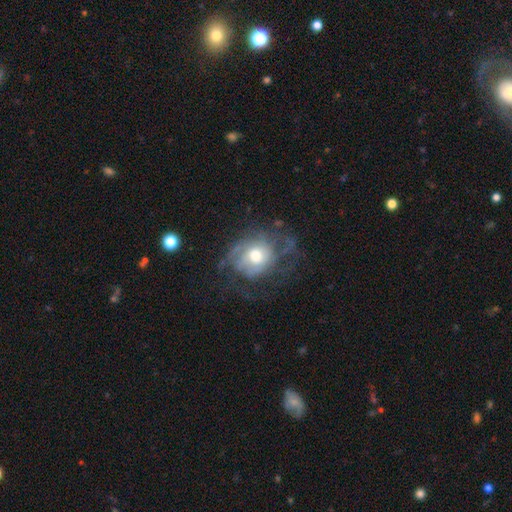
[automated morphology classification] A featured or disk galaxy (69%) with no bar (77%), tight (41%) spiral arms (79%) and a moderate central bulge (61%).

Vote fractions:
- Smooth or featured? featured or disk: 69% / smooth: 22% / star or artifact: 8%
- Edge-on disk? no: 96% / yes: 4%
- Bar? no: 77% / weak: 19% / strong: 3%
- Spiral arms? yes: 79% / no: 21%
- Spiral winding? tight: 41% / medium: 37% / loose: 22%
- Spiral arm count? can't tell: 45% / 2: 19% / 3: 16% / 4: 8% / 1: 8% / more than 4: 6%
- Bulge size? moderate: 61% / large: 26% / small: 9% / dominant: 2% / none: 1%
- Merging? none: 50% / major disturbance: 28% / minor disturbance: 20% / merger: 2%